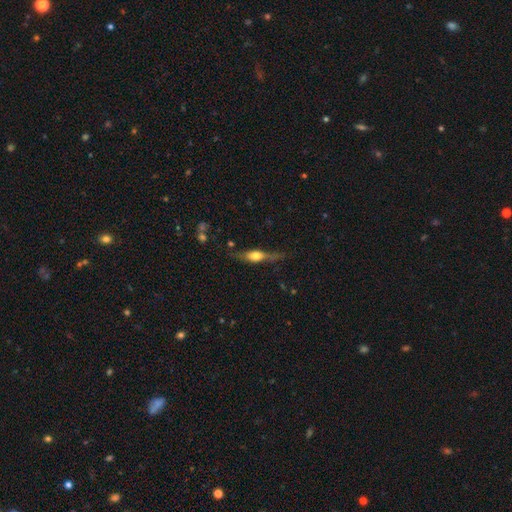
Smooth or featured? 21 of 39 (54%) said featured or disk. Edge-on disk? 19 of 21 (90%) said yes. Edge-on bulge? 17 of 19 (89%) said rounded. Merging? 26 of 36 (72%) said none.